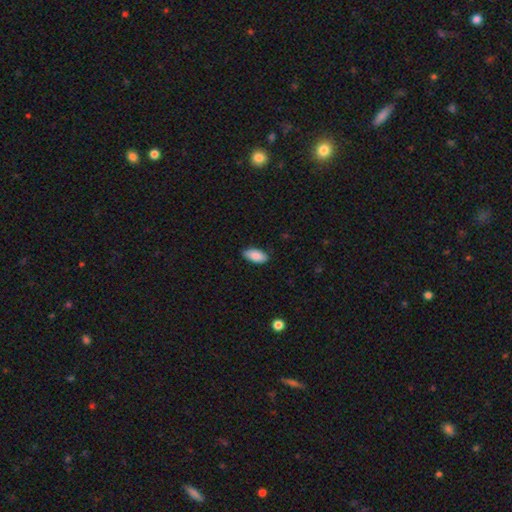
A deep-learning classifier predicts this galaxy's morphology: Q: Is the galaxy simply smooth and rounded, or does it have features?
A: smooth — 88%.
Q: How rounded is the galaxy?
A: in between — 92%.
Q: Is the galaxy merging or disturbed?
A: none — 85%.